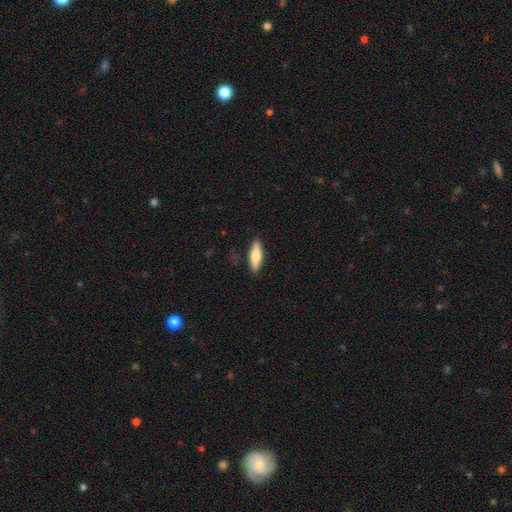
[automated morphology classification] The model was most divided on "how rounded": cigar-shaped: 60%, in between: 38%, round: 2%. More confident: merging — none (88%); smooth or featured — smooth (63%).